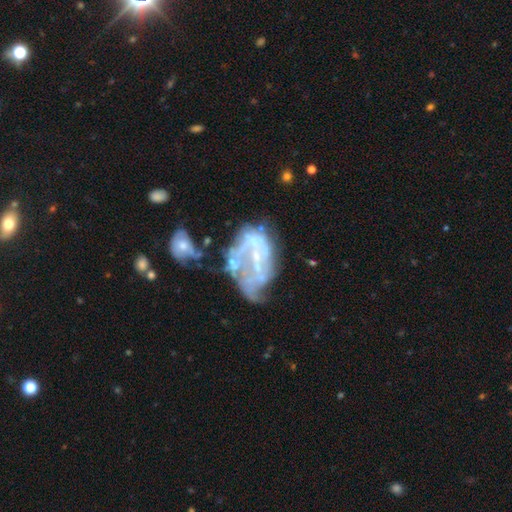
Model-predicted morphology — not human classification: A featured or disk galaxy (71%) with no bar (66%), no spiral arms (61%) and no central bulge (45%).

Vote fractions:
- Smooth or featured? featured or disk: 71% / smooth: 18% / star or artifact: 11%
- Edge-on disk? no: 98% / yes: 2%
- Bar? no: 66% / weak: 25% / strong: 10%
- Spiral arms? no: 61% / yes: 39%
- Bulge size? none: 45% / small: 41% / moderate: 11% / large: 1% / dominant: 1%
- Merging? major disturbance: 34% / none: 24% / merger: 22% / minor disturbance: 20%